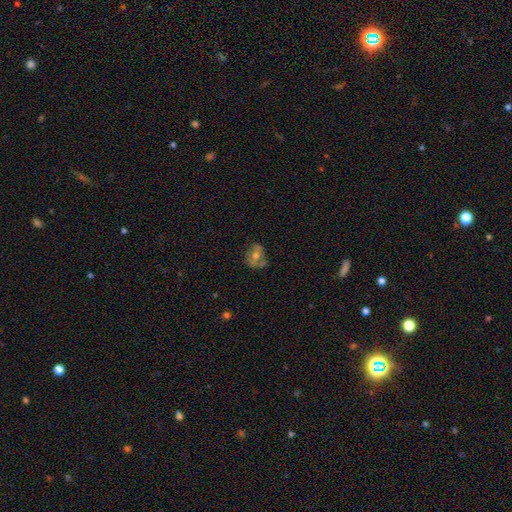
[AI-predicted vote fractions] The model was most divided on "smooth or featured": featured or disk: 51%, smooth: 34%, star or artifact: 14%. More confident: edge-on disk — no (96%); merging — none (61%).